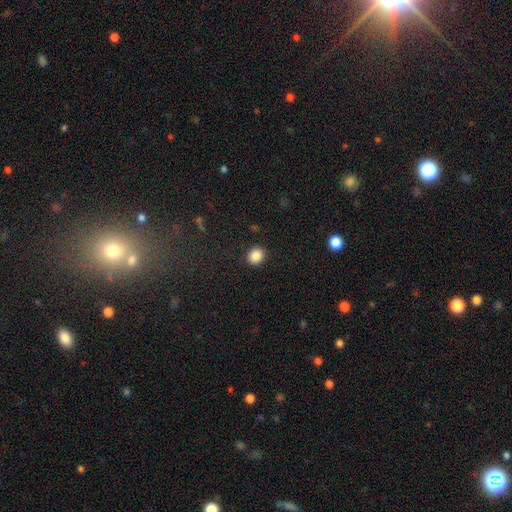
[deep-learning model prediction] The model was most divided on "how rounded": round: 82%, in between: 17%, cigar-shaped: 1%. More confident: merging — none (90%); smooth or featured — smooth (86%).